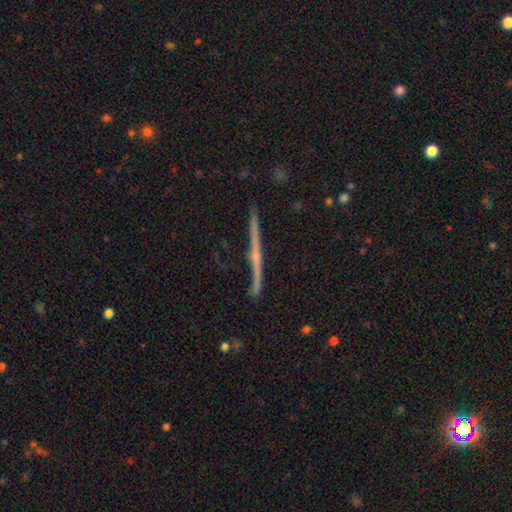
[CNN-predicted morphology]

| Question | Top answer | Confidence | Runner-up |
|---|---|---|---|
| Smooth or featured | featured or disk | 75% | smooth (18%) |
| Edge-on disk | yes | 98% | no (2%) |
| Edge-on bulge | none | 51% | rounded (41%) |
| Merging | none | 90% | minor disturbance (7%) |